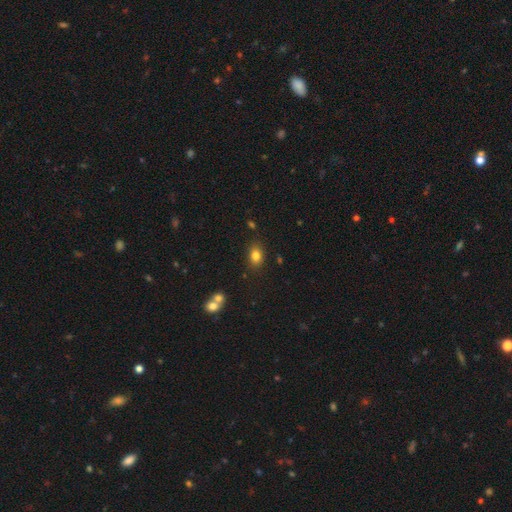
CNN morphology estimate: Smooth or featured: smooth — 82% (star or artifact — 11%)
How rounded: in between — 74% (round — 24%)
Merging: none — 82% (minor disturbance — 11%)